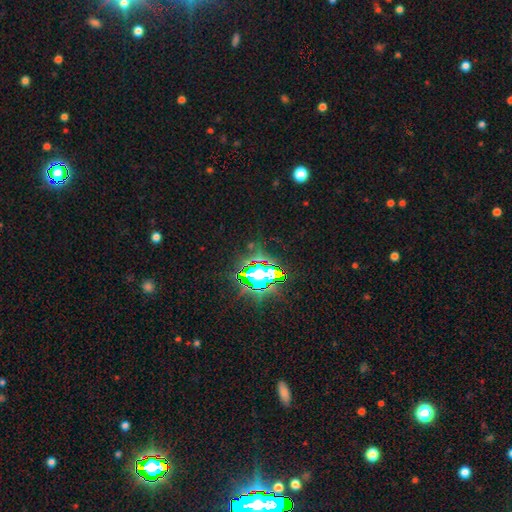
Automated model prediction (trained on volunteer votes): This is clearly a star or artifact rather than a galaxy (83%).